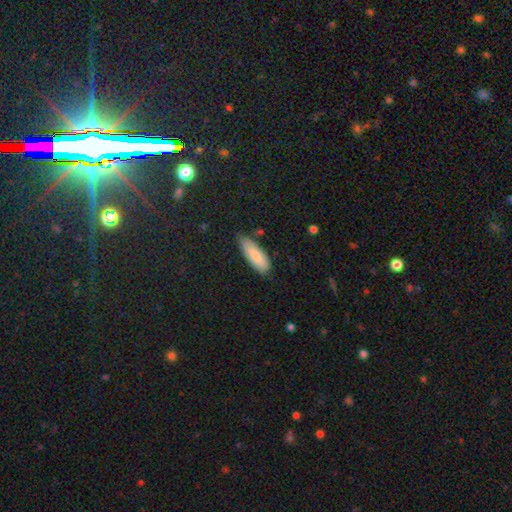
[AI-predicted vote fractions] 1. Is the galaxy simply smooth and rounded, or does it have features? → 80% smooth, 13% featured or disk, 7% star or artifact.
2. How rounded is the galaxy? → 69% in between, 29% cigar-shaped, 2% round.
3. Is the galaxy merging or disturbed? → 73% none, 22% minor disturbance, 4% major disturbance, 2% merger.